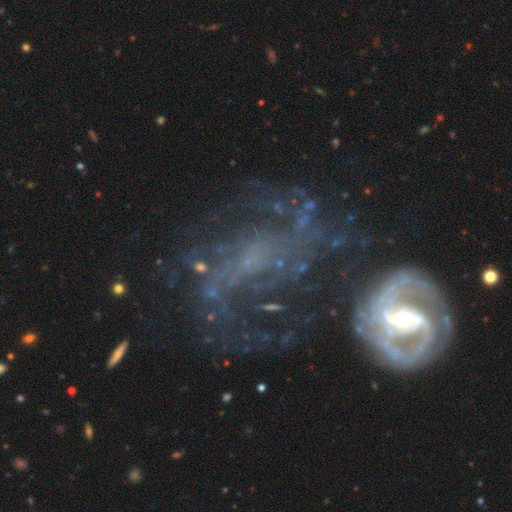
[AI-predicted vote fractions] Smooth or featured: featured or disk — 78% (star or artifact — 13%)
Edge-on disk: no — 97% (yes — 3%)
Bar: no — 54% (weak — 34%)
Spiral arms: yes — 85% (no — 15%)
Spiral winding: medium — 40% (loose — 30%)
Spiral arm count: can't tell — 33% (2 — 30%)
Bulge size: small — 55% (none — 31%)
Merging: none — 50% (major disturbance — 25%)